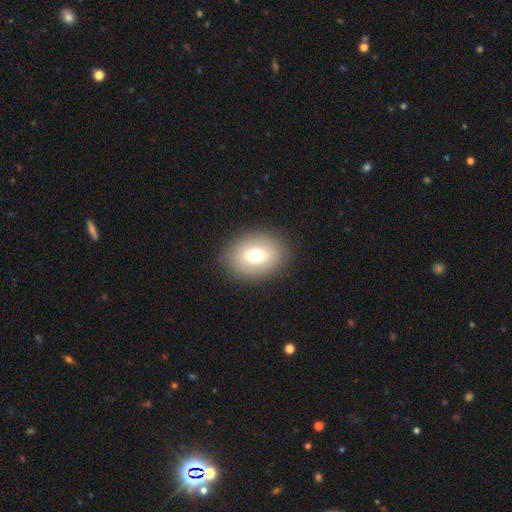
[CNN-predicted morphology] A smooth galaxy with no disk features (65%) that is in between round and cigar-shaped (59%).

Vote fractions:
- Smooth or featured? smooth: 65% / featured or disk: 21% / star or artifact: 14%
- How rounded? in between: 59% / round: 39% / cigar-shaped: 1%
- Merging? none: 90% / minor disturbance: 6% / major disturbance: 2% / merger: 1%